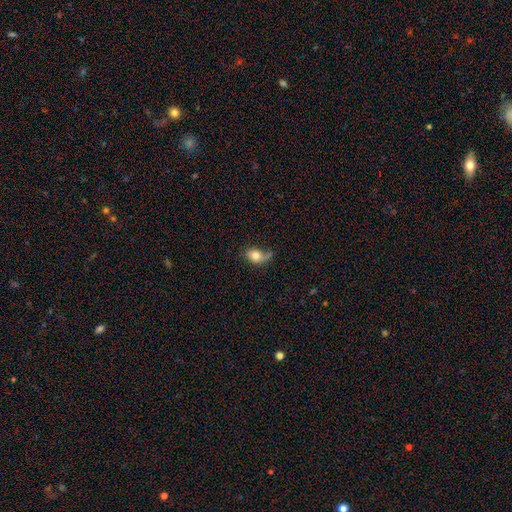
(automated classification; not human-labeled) Morphology: type=smooth (72%); roundness=in between (73%); merging=none (35%).